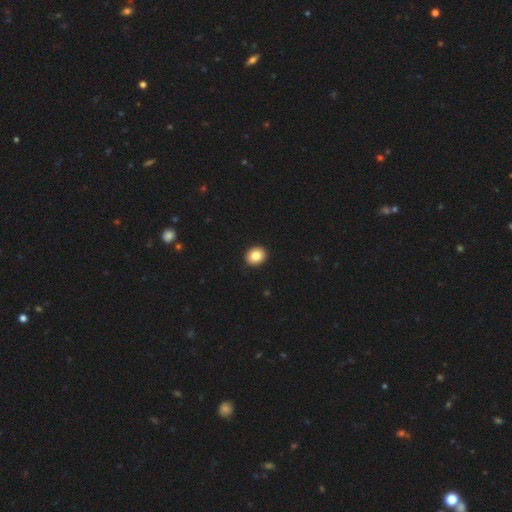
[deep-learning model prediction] Smooth or featured? Predicted: smooth (p=0.85). How rounded? Predicted: round (p=0.62). Merging? Predicted: none (p=0.92).